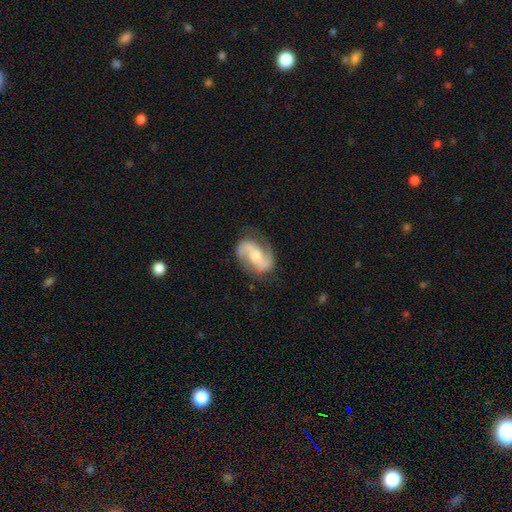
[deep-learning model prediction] Morphology: type=featured or disk (83%); edge-on=no (97%); bar=no (40%); spiral arms=yes (95%); winding=medium (44%); arm count=2 (92%); bulge=moderate (58%); merging=none (77%).